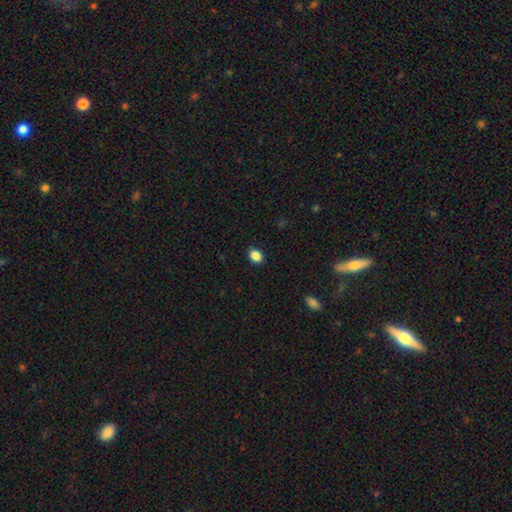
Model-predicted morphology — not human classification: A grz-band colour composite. It shows a smooth galaxy with no disk features (87%) that is in between round and cigar-shaped (65%). Merging: none (89%).